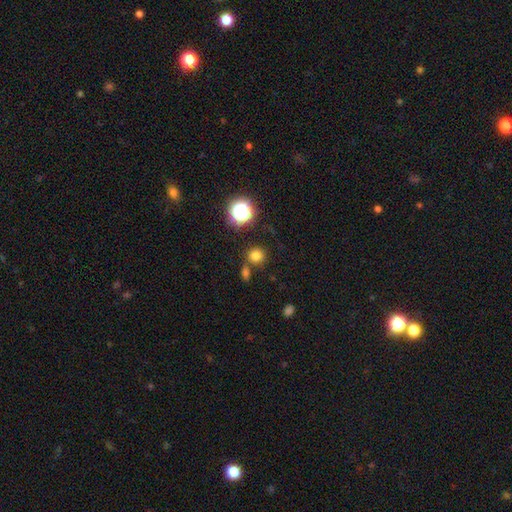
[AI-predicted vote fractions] Smooth or featured? Predicted: smooth (p=0.76). How rounded? Predicted: round (p=0.86). Merging? Predicted: none (p=0.75).